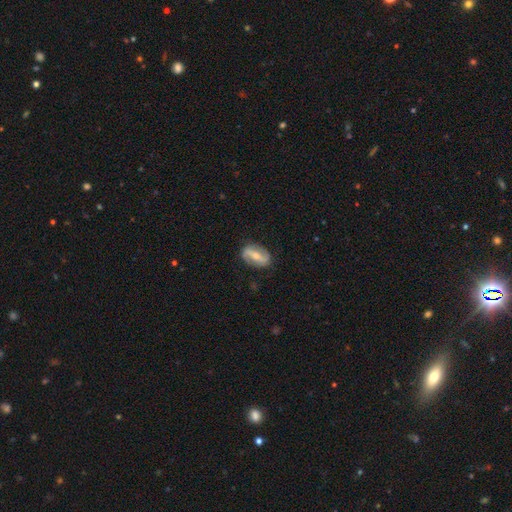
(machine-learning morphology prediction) This appears to be a featured or disk galaxy (63%) with a strong bar (61%), spiral arms (68%) and a moderate central bulge (54%). Merging: none (83%).